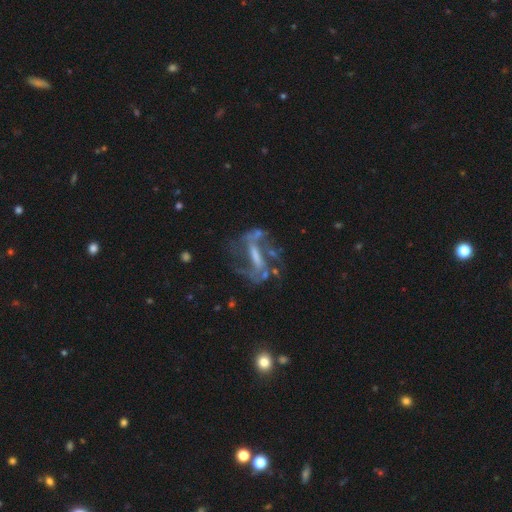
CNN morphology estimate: Smooth or featured? featured or disk (78%)
Edge-on disk? no (88%)
Bar? strong (56%)
Spiral arms? yes (78%)
Spiral winding? medium (43%)
Spiral arm count? 2 (66%)
Bulge size? none (32%)
Merging? none (53%)